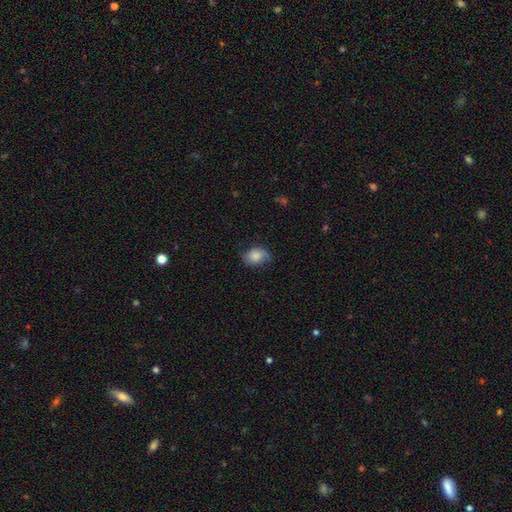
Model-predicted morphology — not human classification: smooth 75%, featured or disk 17%, star or artifact 8%. Down the decision tree: how rounded — in between (71%); merging — none (64%).